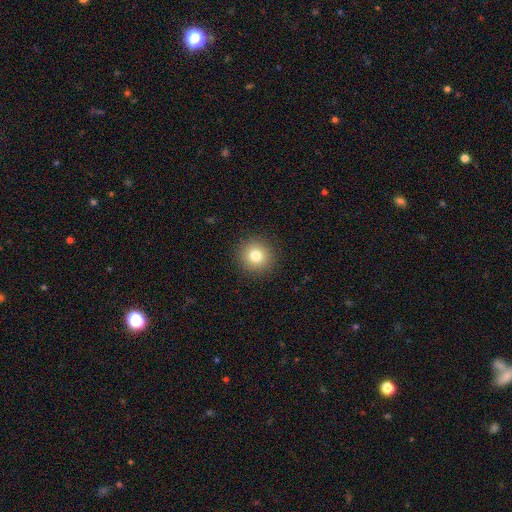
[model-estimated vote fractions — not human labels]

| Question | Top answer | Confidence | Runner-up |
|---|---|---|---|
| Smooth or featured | smooth | 80% | star or artifact (12%) |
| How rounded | round | 93% | in between (6%) |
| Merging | none | 91% | minor disturbance (6%) |